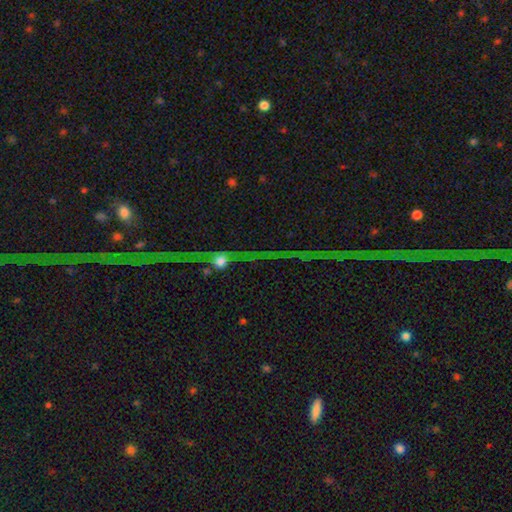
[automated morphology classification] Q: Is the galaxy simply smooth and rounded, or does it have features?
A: star or artifact — 68%.